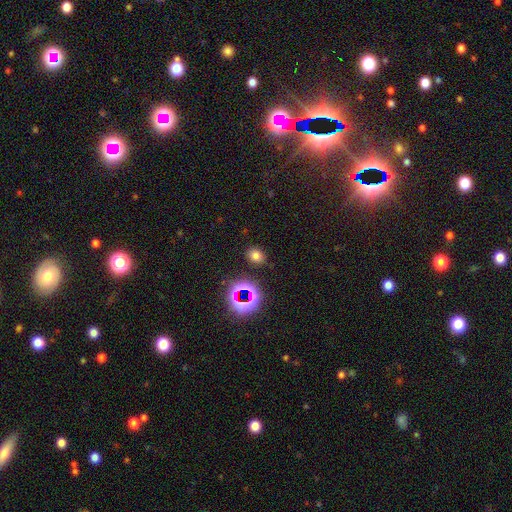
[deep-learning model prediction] A smooth galaxy with no disk features (68%) that is in between round and cigar-shaped (52%). Merging: none (85%).